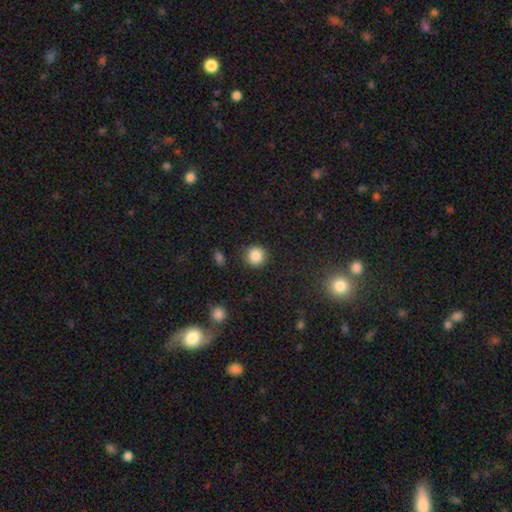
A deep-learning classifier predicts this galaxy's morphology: Overall: smooth (86%). How rounded: round (93%). Merging: none (89%).